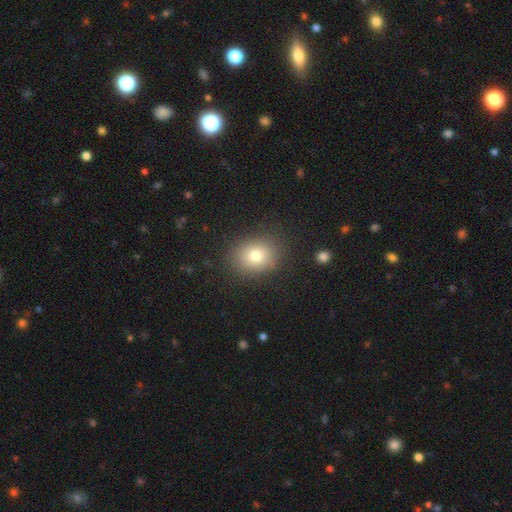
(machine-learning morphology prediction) type=smooth (77%); roundness=round (52%); merging=none (86%).